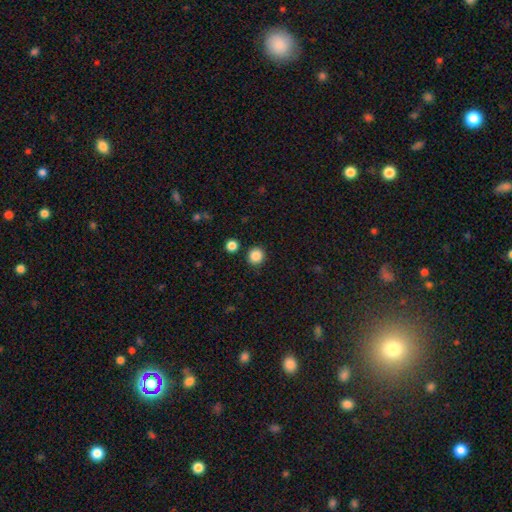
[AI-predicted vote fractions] This appears to be a smooth galaxy with no disk features (86%) that is round (91%). Merging: none (89%).